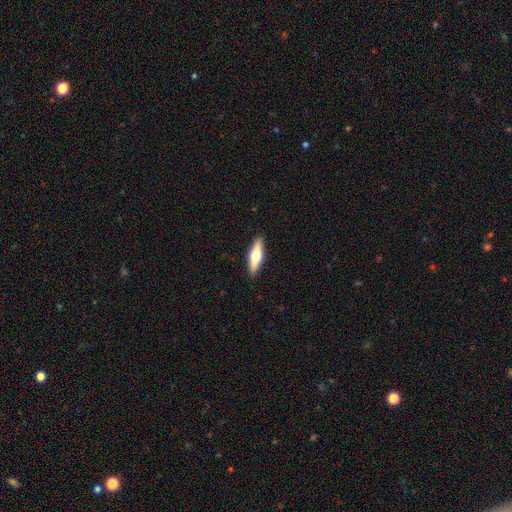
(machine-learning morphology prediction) smooth 52%, featured or disk 43%, star or artifact 6%. Down the decision tree: how rounded — cigar-shaped (59%); merging — none (91%).